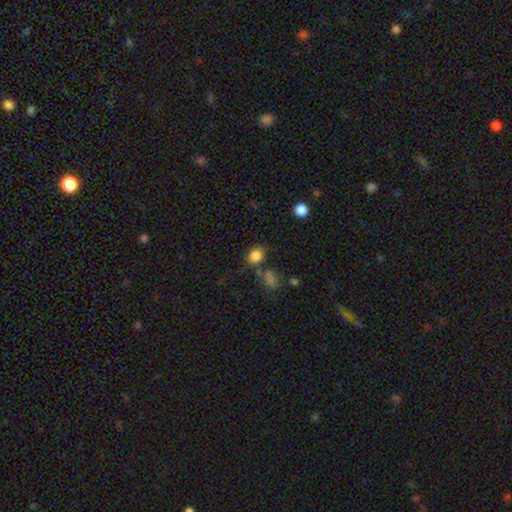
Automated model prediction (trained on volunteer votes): Overall: smooth (83%). How rounded: round (59%; in between 40%). Merging: none (70%).